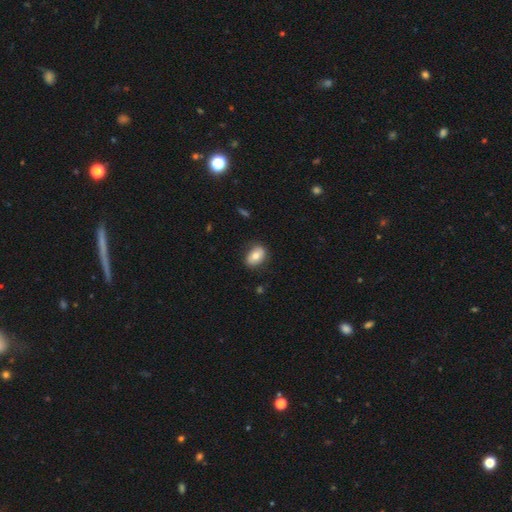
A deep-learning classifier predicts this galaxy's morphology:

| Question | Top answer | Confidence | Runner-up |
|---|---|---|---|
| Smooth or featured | smooth | 74% | featured or disk (19%) |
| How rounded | in between | 83% | round (16%) |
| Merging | none | 81% | minor disturbance (15%) |